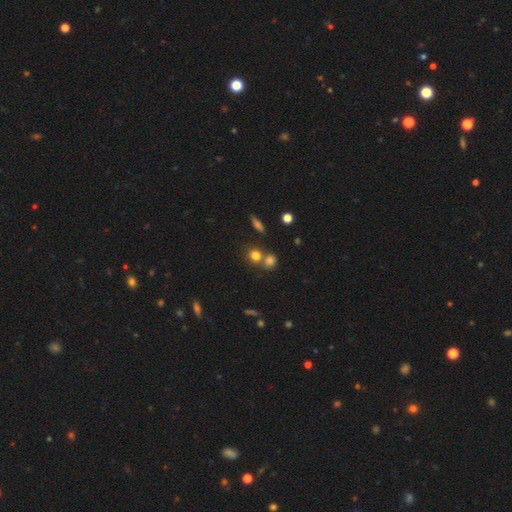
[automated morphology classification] A smooth galaxy with no disk features (76%) that is round (80%).

Vote fractions:
- Smooth or featured? smooth: 76% / star or artifact: 15% / featured or disk: 9%
- How rounded? round: 80% / in between: 18% / cigar-shaped: 2%
- Merging? none: 58% / merger: 31% / minor disturbance: 9% / major disturbance: 3%